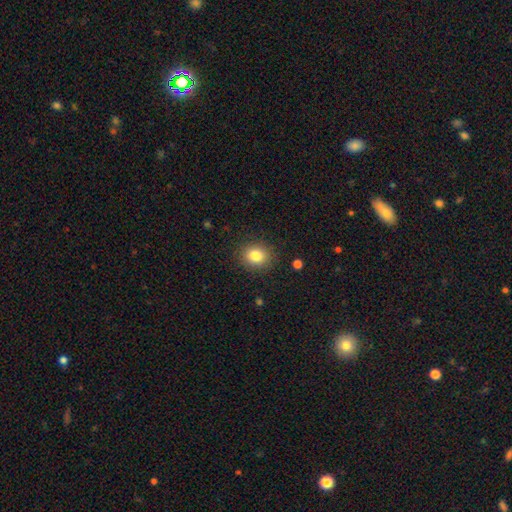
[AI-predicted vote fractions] A smooth galaxy with no disk features (83%) that is round (70%).

Vote fractions:
- Smooth or featured? smooth: 83% / star or artifact: 11% / featured or disk: 7%
- How rounded? round: 70% / in between: 29% / cigar-shaped: 1%
- Merging? none: 88% / minor disturbance: 8% / major disturbance: 3% / merger: 1%